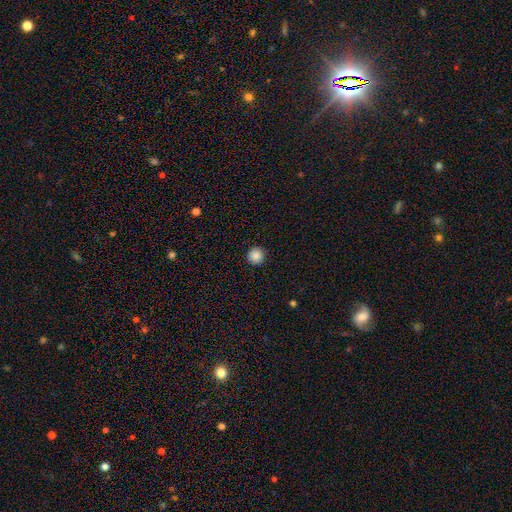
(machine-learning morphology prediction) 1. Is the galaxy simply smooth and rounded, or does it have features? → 87% smooth, 10% star or artifact, 4% featured or disk.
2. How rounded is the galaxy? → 96% round, 3% in between, 1% cigar-shaped.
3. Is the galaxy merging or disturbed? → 93% none, 5% minor disturbance, 2% major disturbance, 1% merger.